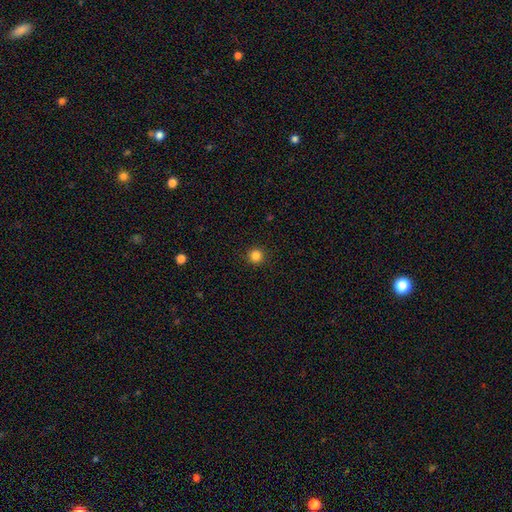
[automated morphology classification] A smooth galaxy with no disk features (84%) that is round (95%). Merging: none (93%).